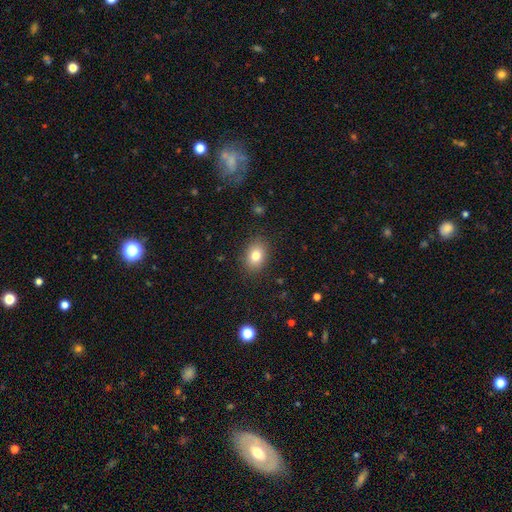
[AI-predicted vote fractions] The model was most divided on "how rounded": in between: 72%, round: 27%, cigar-shaped: 1%. More confident: merging — none (87%); smooth or featured — smooth (81%).